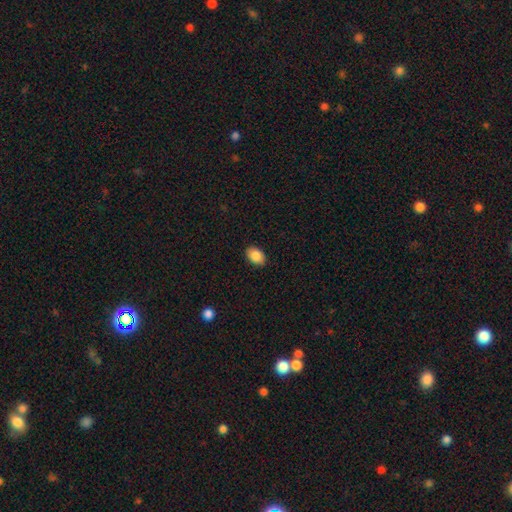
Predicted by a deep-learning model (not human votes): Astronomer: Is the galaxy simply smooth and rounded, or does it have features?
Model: smooth — 88%.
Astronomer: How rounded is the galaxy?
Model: in between — 84%.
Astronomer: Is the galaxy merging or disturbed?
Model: none — 88%.